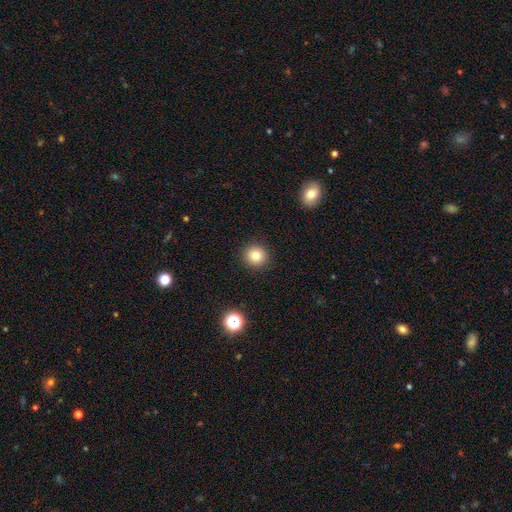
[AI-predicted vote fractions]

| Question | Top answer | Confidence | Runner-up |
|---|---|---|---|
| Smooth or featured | smooth | 81% | star or artifact (12%) |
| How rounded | round | 92% | in between (7%) |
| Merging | none | 91% | minor disturbance (6%) |